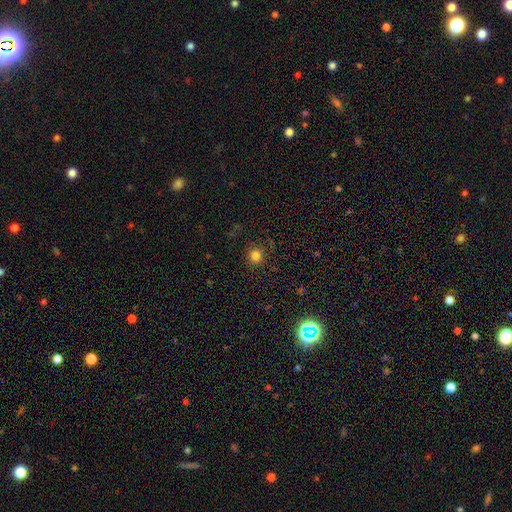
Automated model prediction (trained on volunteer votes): A smooth galaxy with no disk features (82%) that is round (93%). Merging: none (90%).